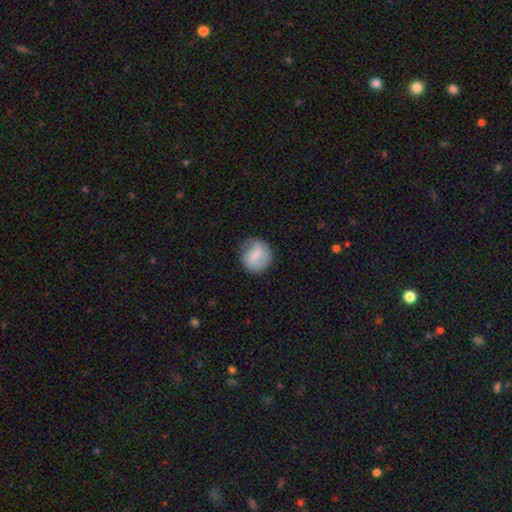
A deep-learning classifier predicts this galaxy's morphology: A smooth galaxy with no disk features (68%) that is round (87%). Merging: none (79%).